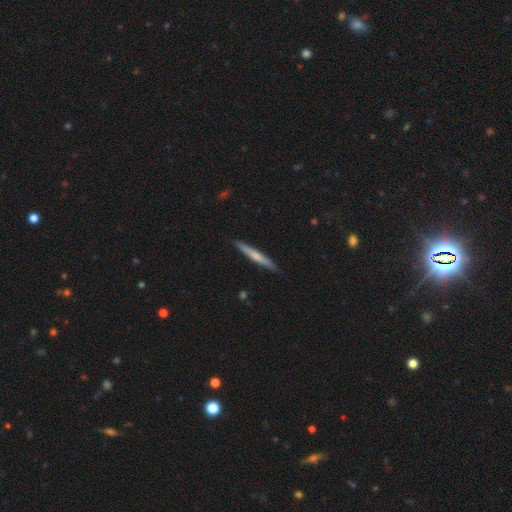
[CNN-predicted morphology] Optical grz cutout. It shows a smooth galaxy with no disk features (54%) that is cigar-shaped (96%). Merging: none (89%).